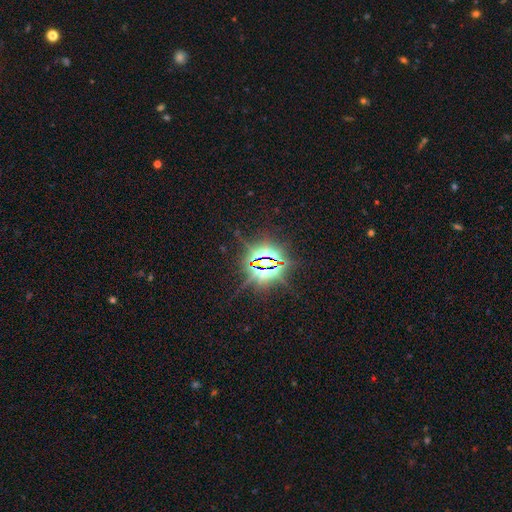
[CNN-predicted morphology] This is clearly a star or artifact rather than a galaxy (85%).